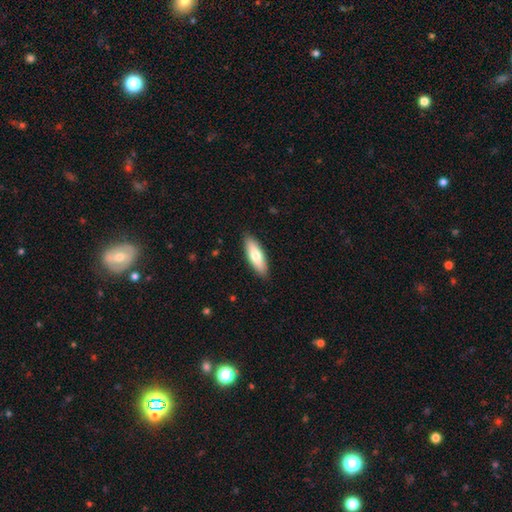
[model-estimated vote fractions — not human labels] A smooth galaxy with no disk features (71%) that is in between round and cigar-shaped (53%). Merging: none (89%).